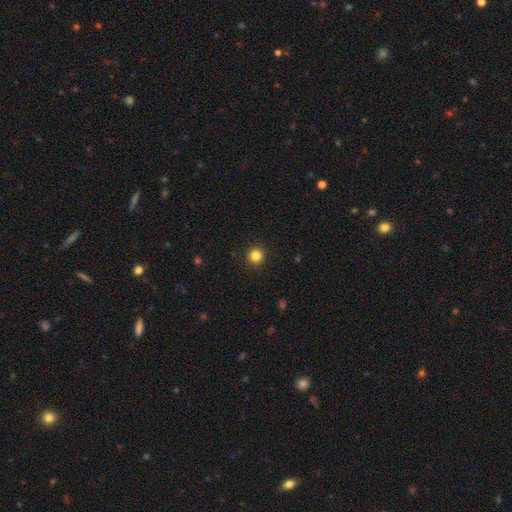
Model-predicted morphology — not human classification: smooth 84%, star or artifact 12%, featured or disk 4%. Down the decision tree: how rounded — round (96%); merging — none (93%).